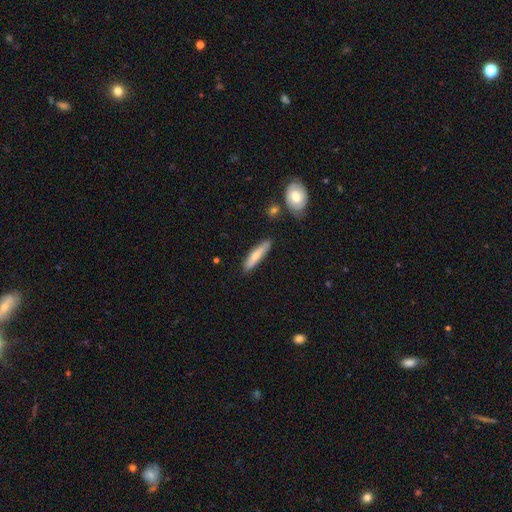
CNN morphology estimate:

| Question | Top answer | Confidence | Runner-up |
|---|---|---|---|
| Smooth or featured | smooth | 64% | featured or disk (30%) |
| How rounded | cigar-shaped | 79% | in between (19%) |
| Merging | none | 79% | minor disturbance (15%) |